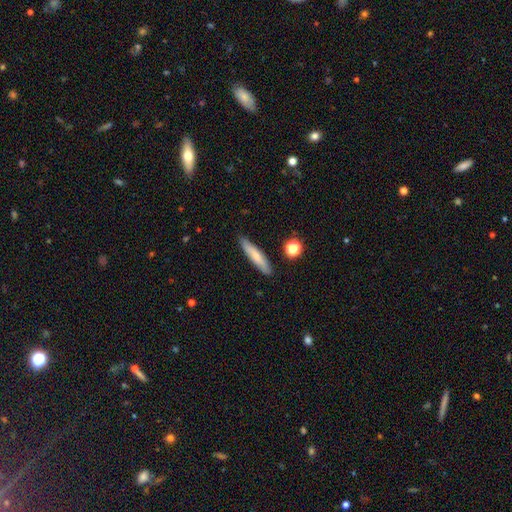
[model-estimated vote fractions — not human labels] Smooth or featured?
  - smooth: 69% *
  - featured or disk: 24%
  - star or artifact: 7%
How rounded?
  - cigar-shaped: 86% *
  - in between: 12%
  - round: 2%
Merging?
  - none: 87% *
  - minor disturbance: 9%
  - merger: 2%
  - major disturbance: 2%